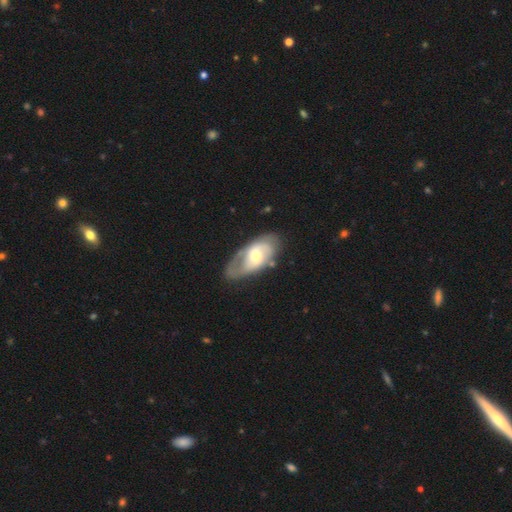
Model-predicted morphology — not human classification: Smooth or featured? featured or disk (67%)
Edge-on disk? no (92%)
Bar? weak (44%)
Spiral arms? yes (79%)
Bulge size? moderate (56%)
Merging? none (62%)